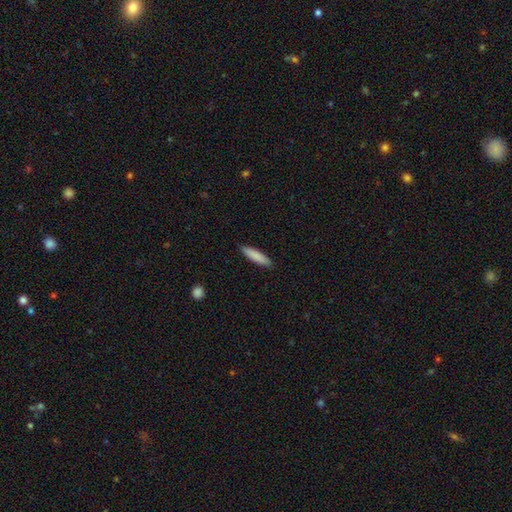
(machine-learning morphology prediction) A smooth galaxy with no disk features (86%) that is cigar-shaped (77%). Merging: none (89%).